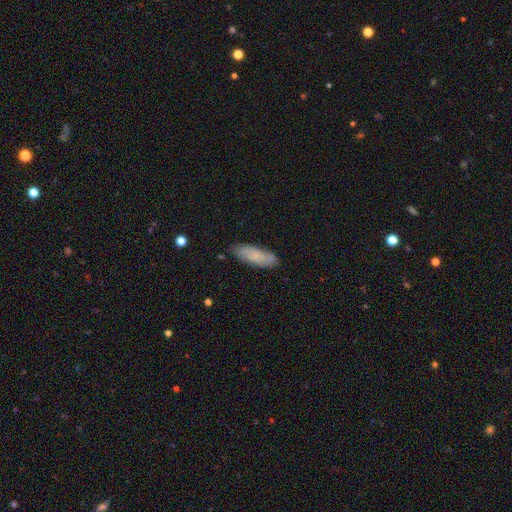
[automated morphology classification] Q: Smooth or featured?
A: smooth (70%); runner-up: featured or disk (24%)
Q: How rounded?
A: in between (61%); runner-up: cigar-shaped (38%)
Q: Merging?
A: none (79%); runner-up: minor disturbance (17%)